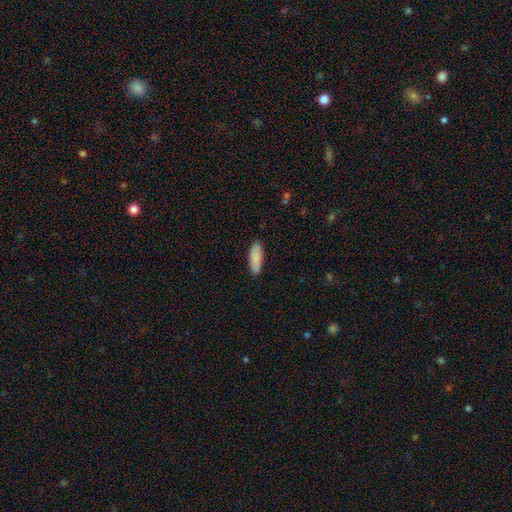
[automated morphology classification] smooth-or-featured: smooth: 89% | featured or disk: 6% | star or artifact: 6%
  how-rounded: in between: 61% | cigar-shaped: 38% | round: 2%
  merging: none: 87% | minor disturbance: 10% | major disturbance: 2% | merger: 1%